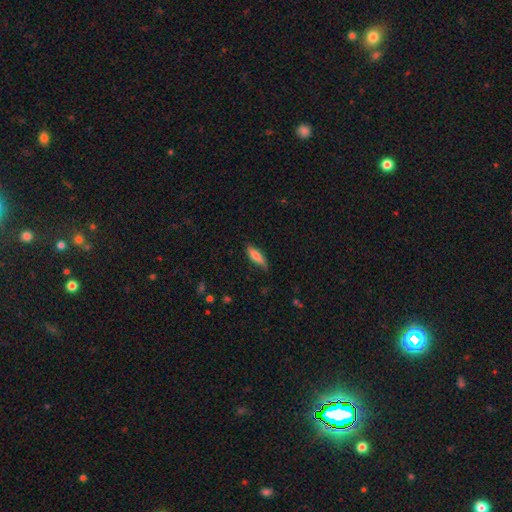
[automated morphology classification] This appears to be a smooth galaxy with no disk features (74%) that is cigar-shaped (54%). Merging: none (75%).